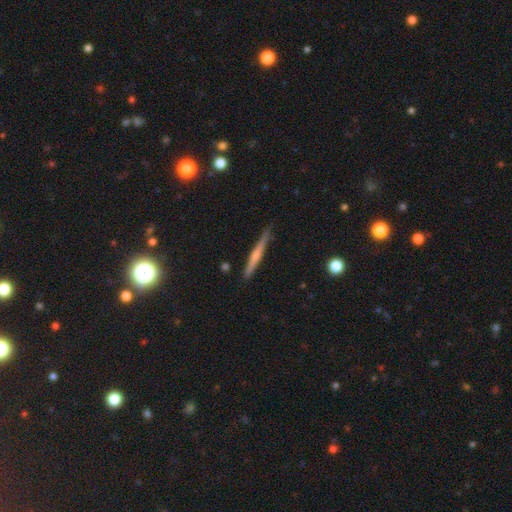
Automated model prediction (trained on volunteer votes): This is possibly a featured or disk galaxy (53%). It is clearly viewed edge-on (97%). Edge-on bulge: possibly rounded (56%). Merging: clearly none (85%).